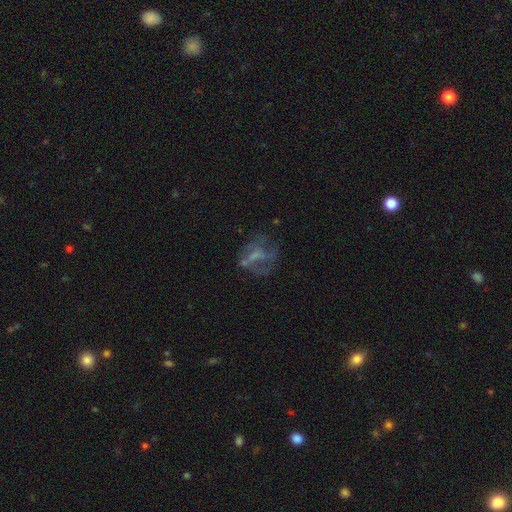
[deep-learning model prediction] Smooth or featured?
  - featured or disk: 56% *
  - smooth: 28%
  - star or artifact: 15%
Edge-on disk?
  - no: 97% *
  - yes: 3%
Bar?
  - no: 56% *
  - weak: 33%
  - strong: 11%
Spiral arms?
  - no: 61% *
  - yes: 39%
Bulge size?
  - none: 45% *
  - small: 30%
  - moderate: 20%
  - large: 3%
  - dominant: 1%
Merging?
  - none: 44% *
  - major disturbance: 32%
  - minor disturbance: 18%
  - merger: 6%